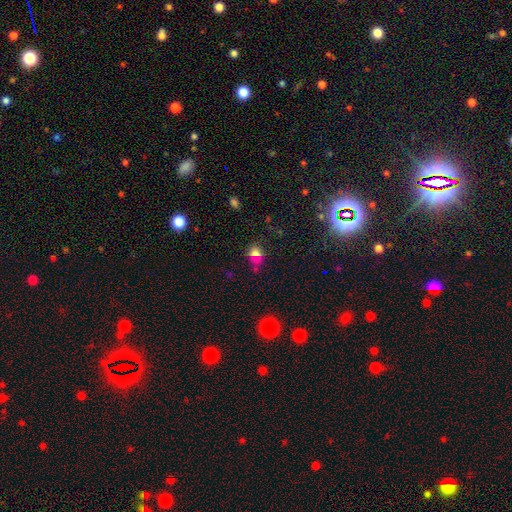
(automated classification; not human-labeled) smooth_or_featured: smooth (p=0.65) [alt: star or artifact p=0.23]
how_rounded: in between (p=0.49) [alt: round p=0.48]
merging: none (p=0.51) [alt: merger p=0.21]